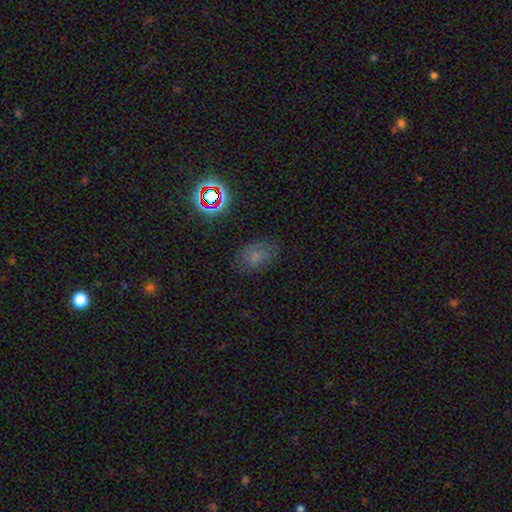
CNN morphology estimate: Overall: smooth (60%; star or artifact 25%). How rounded: in between (75%). Merging: none (71%).